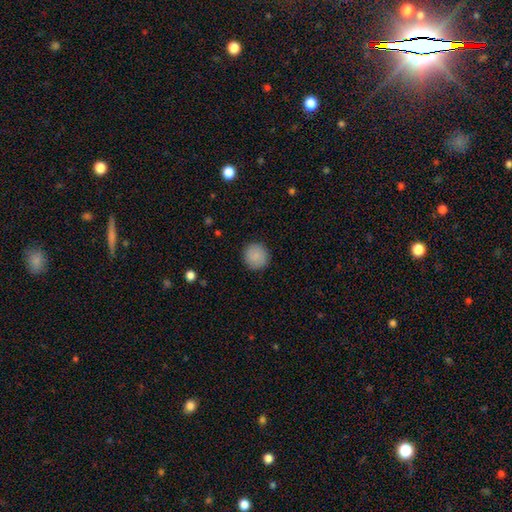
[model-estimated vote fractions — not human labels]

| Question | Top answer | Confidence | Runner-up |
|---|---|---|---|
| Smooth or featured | smooth | 88% | star or artifact (7%) |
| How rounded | round | 93% | in between (6%) |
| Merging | none | 91% | minor disturbance (6%) |